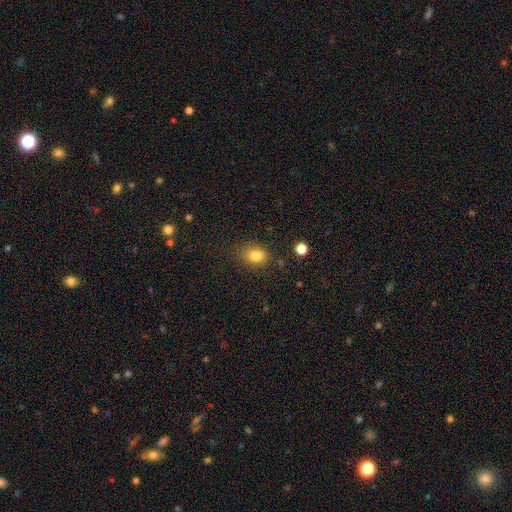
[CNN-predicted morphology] Smooth or featured?
  - smooth: 83% *
  - star or artifact: 11%
  - featured or disk: 6%
How rounded?
  - in between: 73% *
  - round: 25%
  - cigar-shaped: 2%
Merging?
  - none: 71% *
  - minor disturbance: 19%
  - major disturbance: 6%
  - merger: 4%